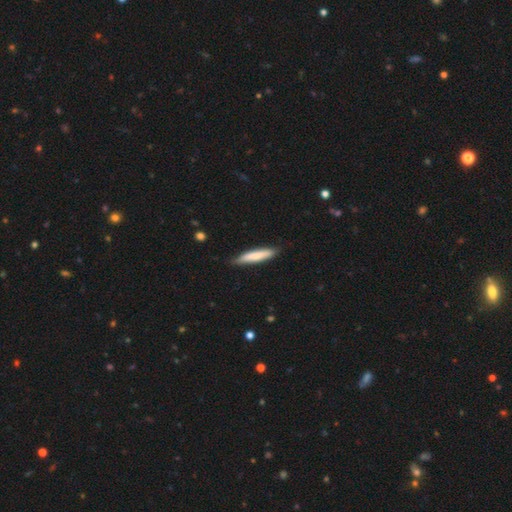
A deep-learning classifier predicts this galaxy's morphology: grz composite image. It shows a smooth galaxy with no disk features (75%) that is cigar-shaped (88%). Merging: none (82%).